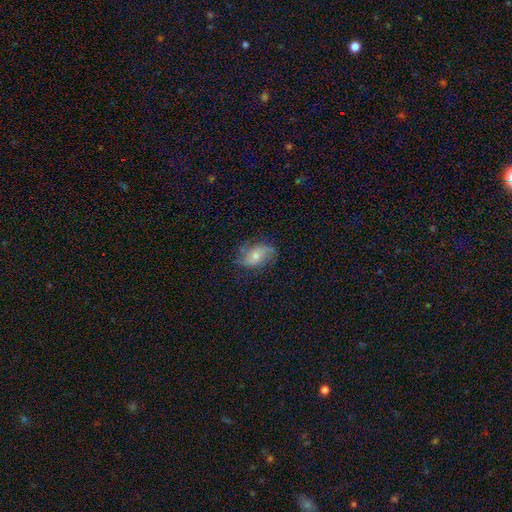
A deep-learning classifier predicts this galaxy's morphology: A featured or disk galaxy (54%) with no bar (61%), spiral arms (84%) and a moderate central bulge (47%).

Vote fractions:
- Smooth or featured? featured or disk: 54% / smooth: 37% / star or artifact: 9%
- Edge-on disk? no: 95% / yes: 5%
- Bar? no: 61% / weak: 31% / strong: 8%
- Spiral arms? yes: 84% / no: 16%
- Bulge size? moderate: 47% / small: 42% / large: 5% / none: 5% / dominant: 1%
- Merging? none: 66% / minor disturbance: 22% / major disturbance: 10% / merger: 1%